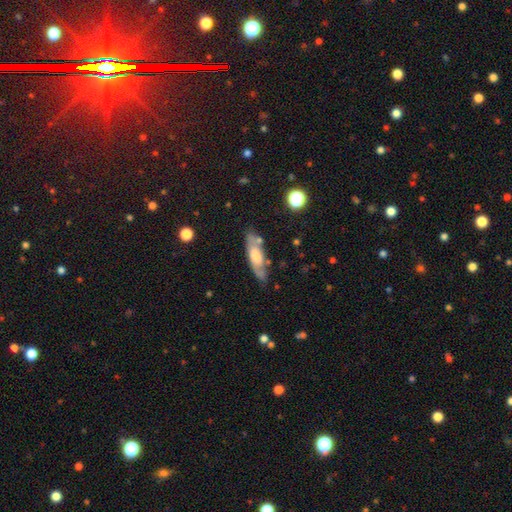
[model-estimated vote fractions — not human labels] A featured or disk galaxy (50%). Merging: none (72%).